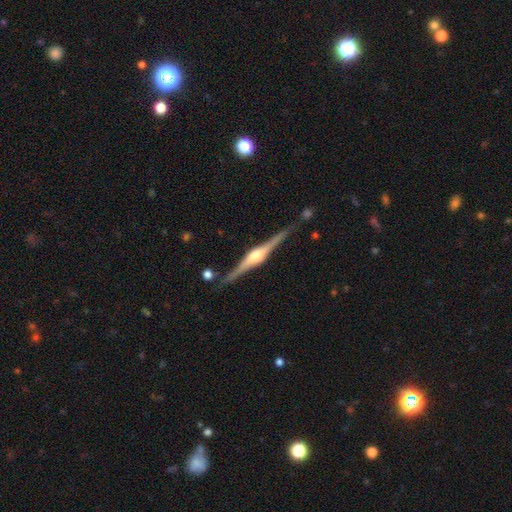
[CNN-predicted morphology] Smooth or featured: featured or disk — 86% (smooth — 9%)
Edge-on disk: yes — 98% (no — 2%)
Edge-on bulge: rounded — 88% (boxy — 10%)
Merging: none — 85% (minor disturbance — 10%)